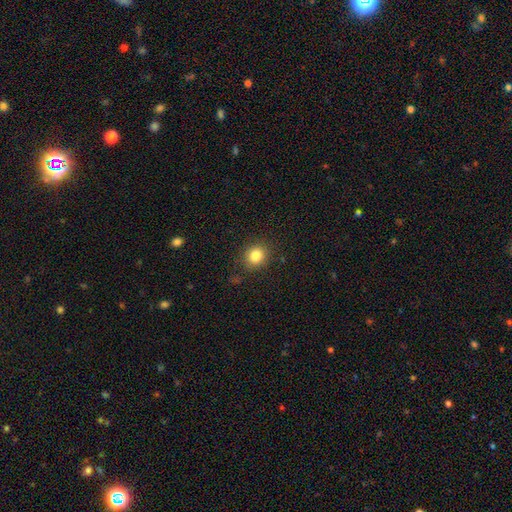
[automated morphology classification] Smooth or featured?
  - smooth: 82% *
  - star or artifact: 11%
  - featured or disk: 6%
How rounded?
  - round: 75% *
  - in between: 24%
  - cigar-shaped: 1%
Merging?
  - none: 86% *
  - minor disturbance: 10%
  - major disturbance: 3%
  - merger: 1%